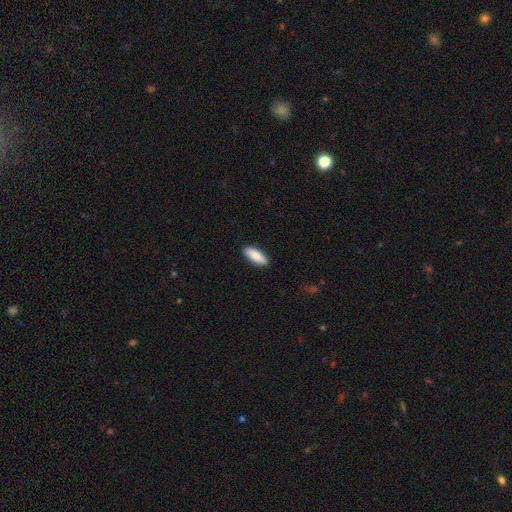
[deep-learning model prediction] Smooth or featured? Predicted: smooth (p=0.88). How rounded? Predicted: in between (p=0.67). Merging? Predicted: none (p=0.90).